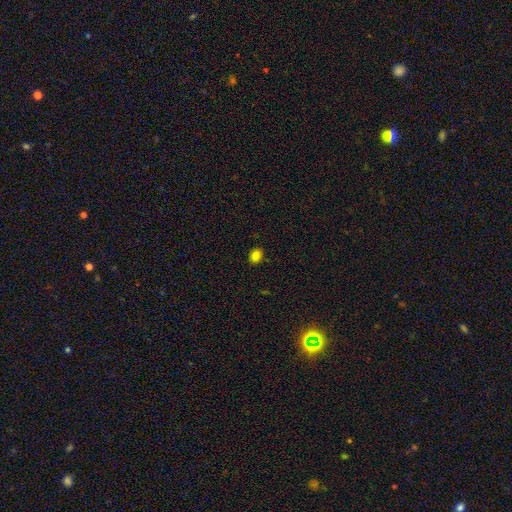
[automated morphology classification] Smooth or featured? Predicted: smooth (p=0.82). How rounded? Predicted: in between (p=0.51). Merging? Predicted: none (p=0.89).